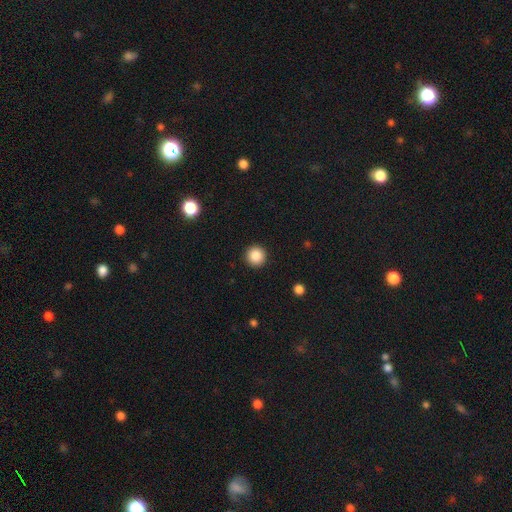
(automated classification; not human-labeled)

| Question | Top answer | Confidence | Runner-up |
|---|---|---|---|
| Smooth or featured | smooth | 87% | star or artifact (10%) |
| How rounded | round | 96% | in between (3%) |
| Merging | none | 92% | minor disturbance (5%) |